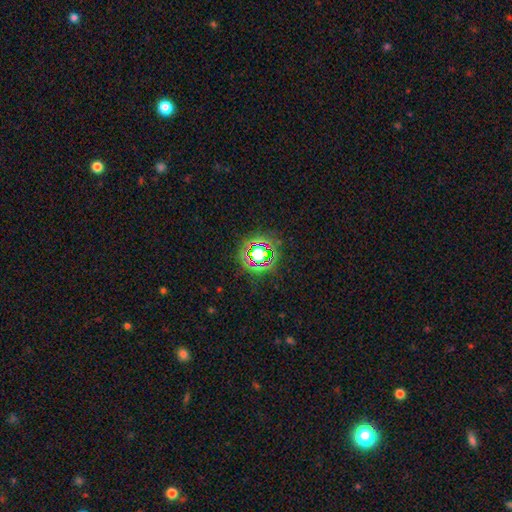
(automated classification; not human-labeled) The model was most divided on "smooth or featured": star or artifact: 73%, smooth: 17%, featured or disk: 10%.